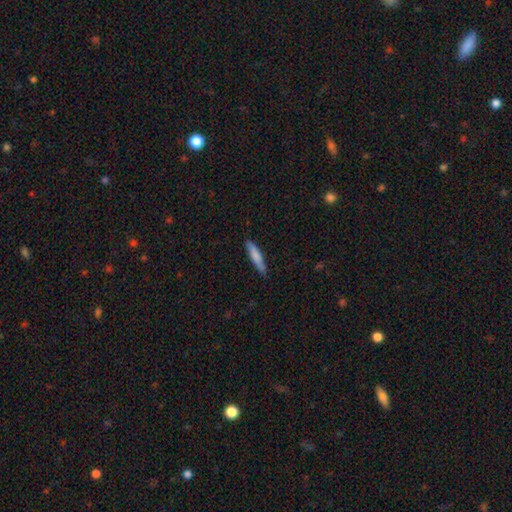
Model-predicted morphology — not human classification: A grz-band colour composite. It shows a smooth galaxy with no disk features (76%) that is cigar-shaped (87%). Merging: none (85%).